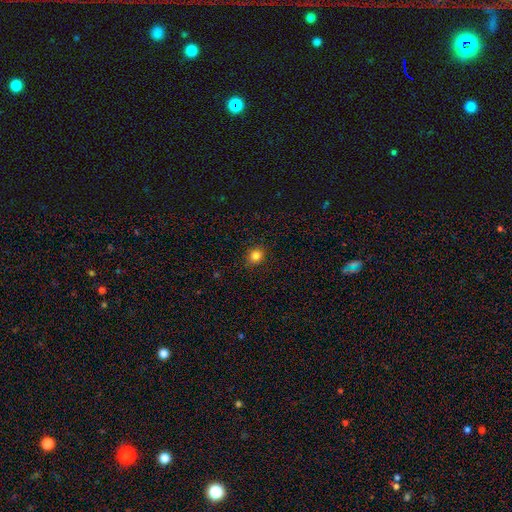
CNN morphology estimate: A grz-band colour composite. It shows a smooth galaxy with no disk features (83%) that is round (76%). Merging: none (89%).